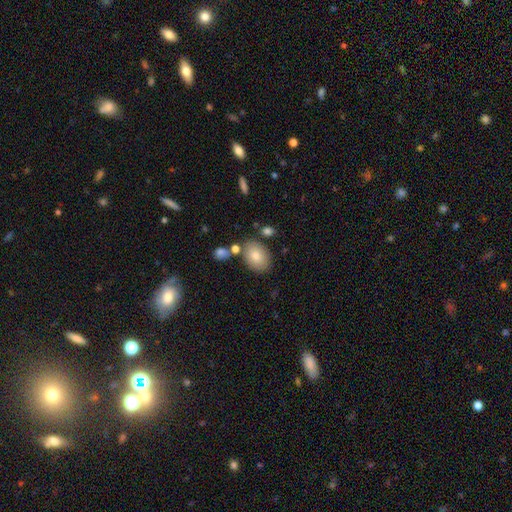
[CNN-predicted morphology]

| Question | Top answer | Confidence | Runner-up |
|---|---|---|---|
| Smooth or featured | smooth | 80% | featured or disk (12%) |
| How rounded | in between | 80% | round (19%) |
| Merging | none | 76% | minor disturbance (13%) |